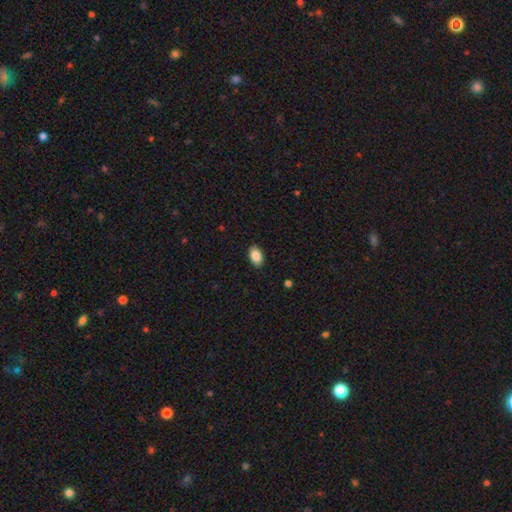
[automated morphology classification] Smooth or featured?
  - smooth: 87% *
  - star or artifact: 7%
  - featured or disk: 5%
How rounded?
  - in between: 91% *
  - round: 8%
  - cigar-shaped: 1%
Merging?
  - none: 88% *
  - minor disturbance: 9%
  - major disturbance: 2%
  - merger: 1%